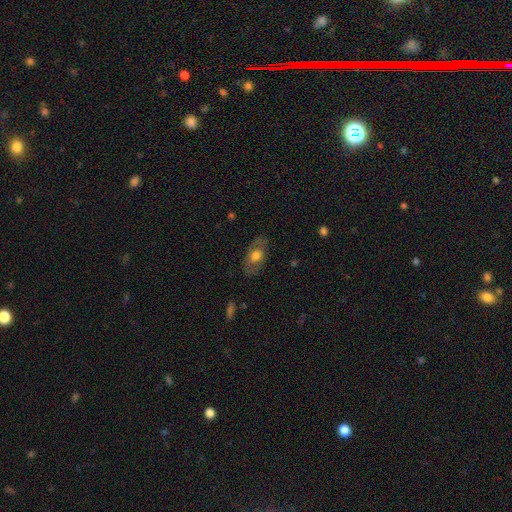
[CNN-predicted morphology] Smooth or featured?
  - smooth: 55% *
  - featured or disk: 38%
  - star or artifact: 7%
How rounded?
  - in between: 87% *
  - round: 11%
  - cigar-shaped: 3%
Merging?
  - none: 79% *
  - minor disturbance: 15%
  - major disturbance: 5%
  - merger: 1%